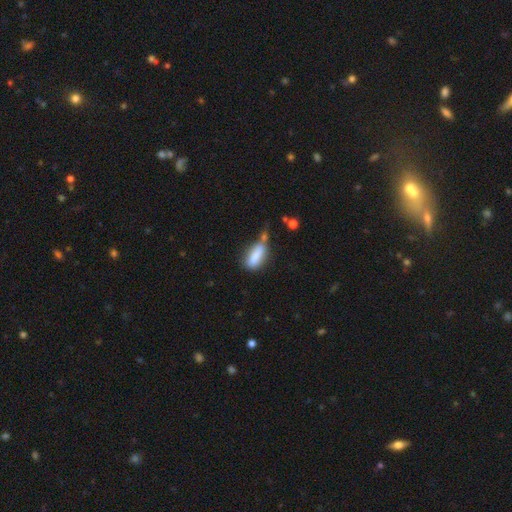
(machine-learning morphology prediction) Smooth or featured? smooth (79%)
How rounded? in between (69%)
Merging? none (38%)